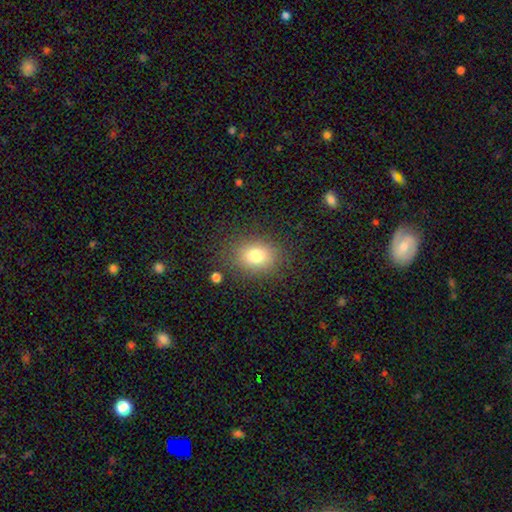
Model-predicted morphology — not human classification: smooth_or_featured: smooth (p=0.79) [alt: star or artifact p=0.11]
how_rounded: in between (p=0.59) [alt: round p=0.40]
merging: none (p=0.81) [alt: minor disturbance p=0.12]